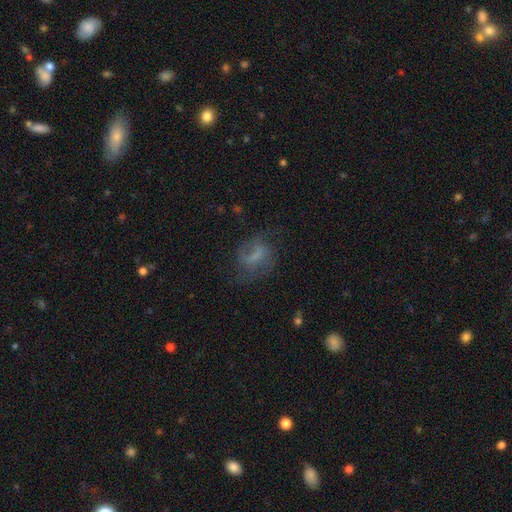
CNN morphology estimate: Smooth or featured? Predicted: featured or disk (p=0.45). Merging? Predicted: none (p=0.50).